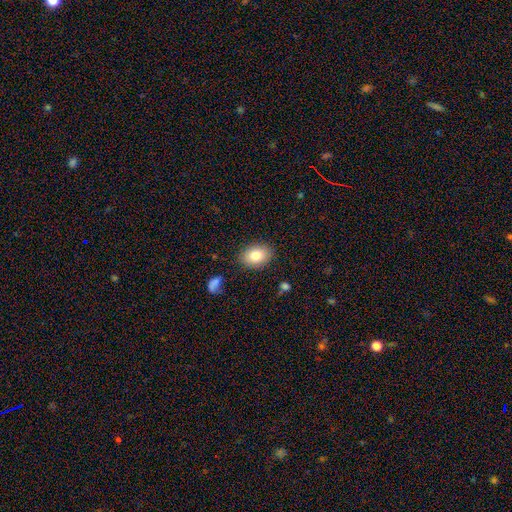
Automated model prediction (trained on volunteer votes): smooth_or_featured: smooth (p=0.81) [alt: featured or disk p=0.11]
how_rounded: in between (p=0.76) [alt: round p=0.23]
merging: none (p=0.85) [alt: minor disturbance p=0.10]